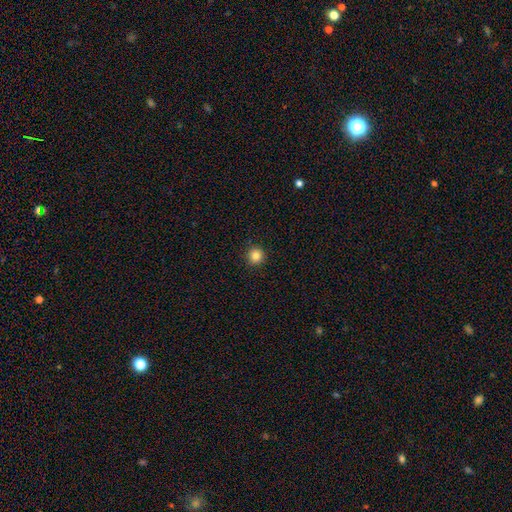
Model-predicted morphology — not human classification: Q: Smooth or featured?
A: smooth (84%); runner-up: star or artifact (11%)
Q: How rounded?
A: round (95%); runner-up: in between (4%)
Q: Merging?
A: none (93%); runner-up: minor disturbance (5%)